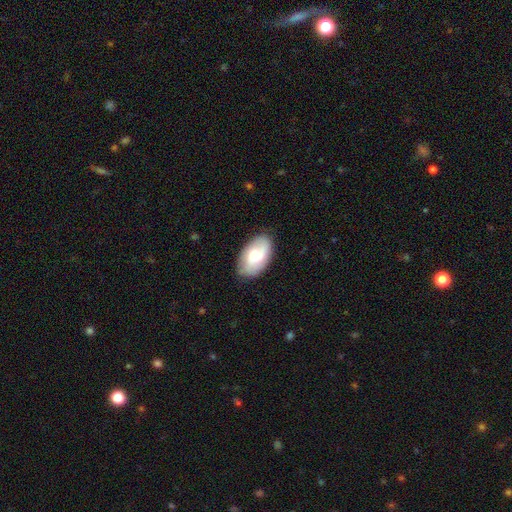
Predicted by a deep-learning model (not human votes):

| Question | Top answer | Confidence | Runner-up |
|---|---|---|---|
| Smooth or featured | smooth | 57% | featured or disk (36%) |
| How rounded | in between | 94% | round (5%) |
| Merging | none | 80% | minor disturbance (15%) |